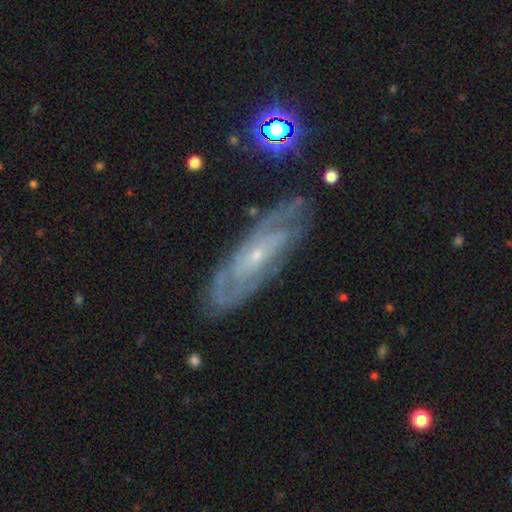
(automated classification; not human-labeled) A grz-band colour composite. It shows a featured or disk galaxy (81%) with no bar (64%), tight (63%) spiral arms (89%) and a small central bulge (83%). Merging: none (79%).